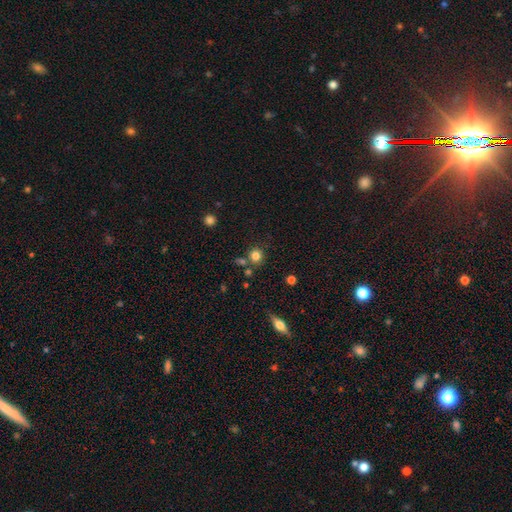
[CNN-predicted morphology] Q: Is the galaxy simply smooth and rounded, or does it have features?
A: smooth — 80%.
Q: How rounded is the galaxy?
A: round — 91%.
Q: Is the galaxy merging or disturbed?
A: none — 76%.